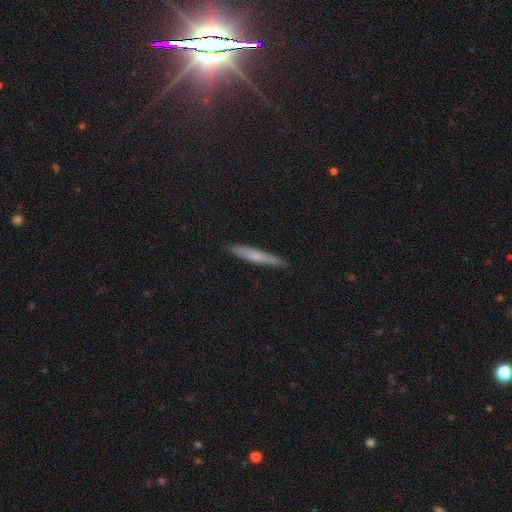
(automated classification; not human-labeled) This appears to be a smooth galaxy with no disk features (61%) that is cigar-shaped (94%). Merging: none (89%).